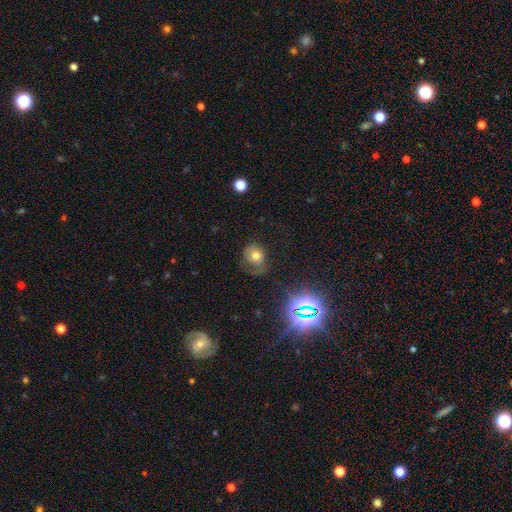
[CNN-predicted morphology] Q: Smooth or featured?
A: smooth (58%); runner-up: featured or disk (24%)
Q: How rounded?
A: round (62%); runner-up: in between (37%)
Q: Merging?
A: none (48%); runner-up: minor disturbance (28%)